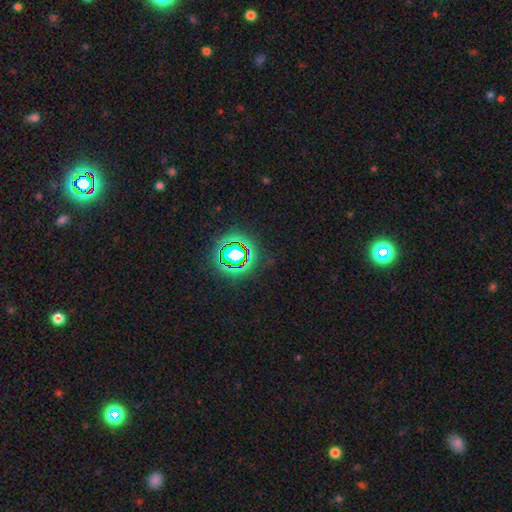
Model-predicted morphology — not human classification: star or artifact 77%, smooth 15%, featured or disk 7%.